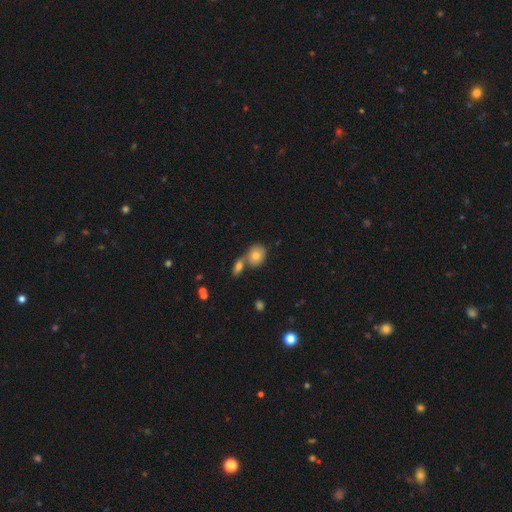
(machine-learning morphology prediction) A smooth galaxy with no disk features (77%) that is round (57%). Merging: merger (44%).